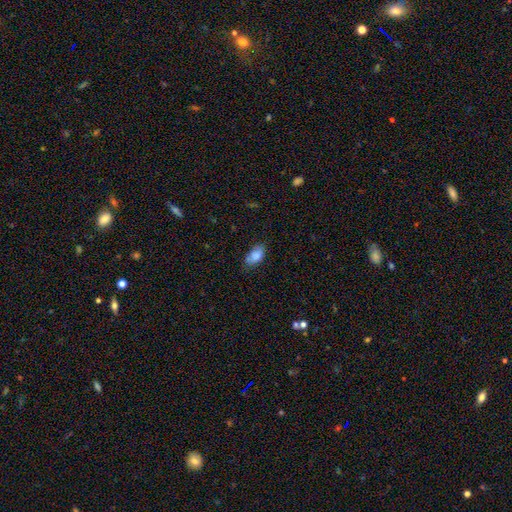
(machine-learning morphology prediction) The model was most divided on "merging": none: 71%, minor disturbance: 23%, major disturbance: 4%, merger: 2%. More confident: how rounded — in between (91%); smooth or featured — smooth (84%).